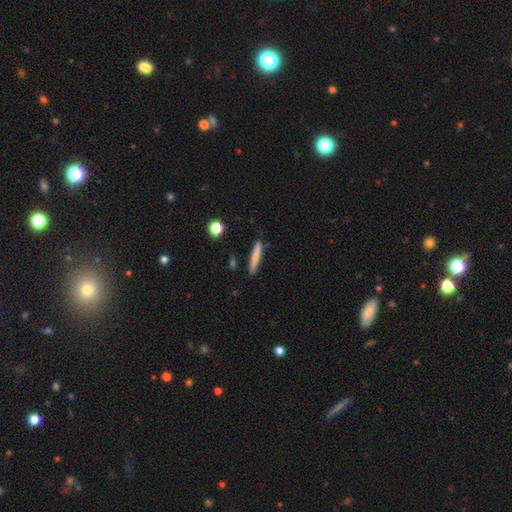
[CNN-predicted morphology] smooth_or_featured: smooth (p=0.75) [alt: featured or disk p=0.18]
how_rounded: cigar-shaped (p=0.93) [alt: in between p=0.05]
merging: none (p=0.84) [alt: minor disturbance p=0.11]